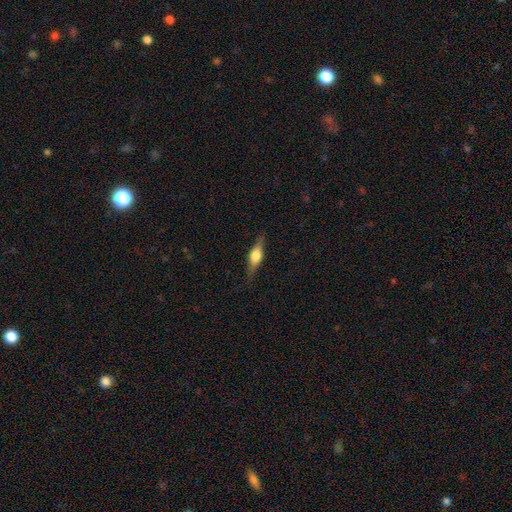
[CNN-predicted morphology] Q: Smooth or featured?
A: featured or disk (55%); runner-up: smooth (38%)
Q: Edge-on disk?
A: yes (94%); runner-up: no (6%)
Q: Edge-on bulge?
A: rounded (87%); runner-up: boxy (11%)
Q: Merging?
A: none (82%); runner-up: minor disturbance (13%)